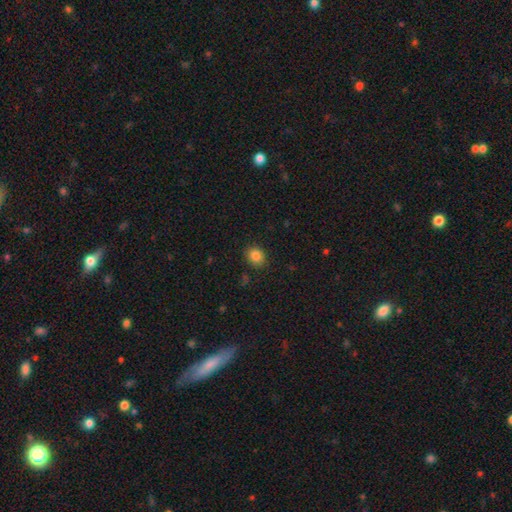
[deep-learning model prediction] A smooth galaxy with no disk features (84%) that is round (70%). Merging: none (88%).